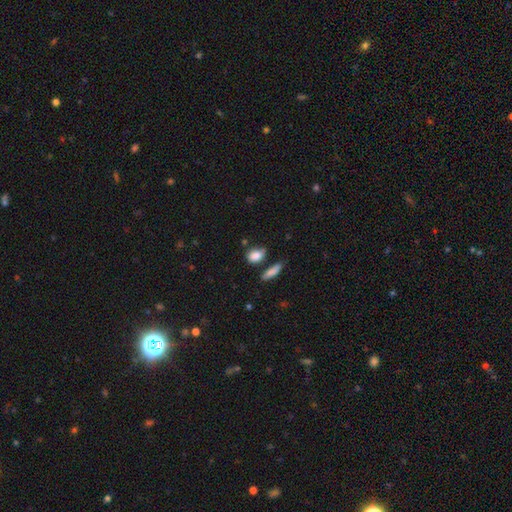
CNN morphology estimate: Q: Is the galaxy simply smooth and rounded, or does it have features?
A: smooth — 86%.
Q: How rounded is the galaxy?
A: in between — 72%.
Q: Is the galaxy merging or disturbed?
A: none — 63%.